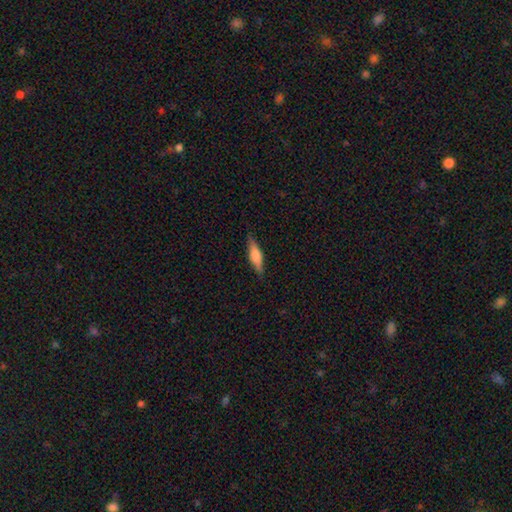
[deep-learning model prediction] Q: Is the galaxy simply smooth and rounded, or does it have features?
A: smooth — 60%.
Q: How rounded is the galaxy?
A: cigar-shaped — 68%.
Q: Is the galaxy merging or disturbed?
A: none — 86%.